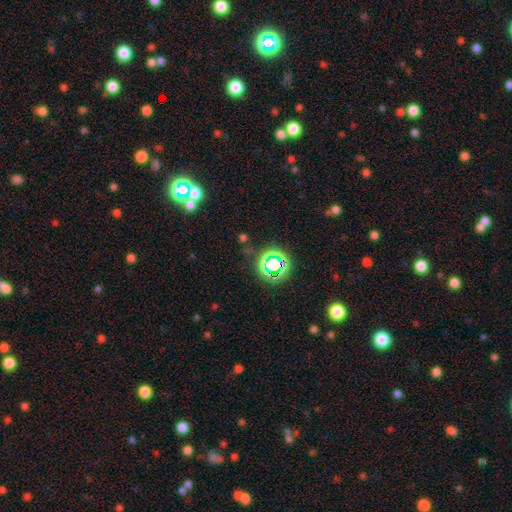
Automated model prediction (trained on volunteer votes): This is likely a star or artifact rather than a galaxy (71%).